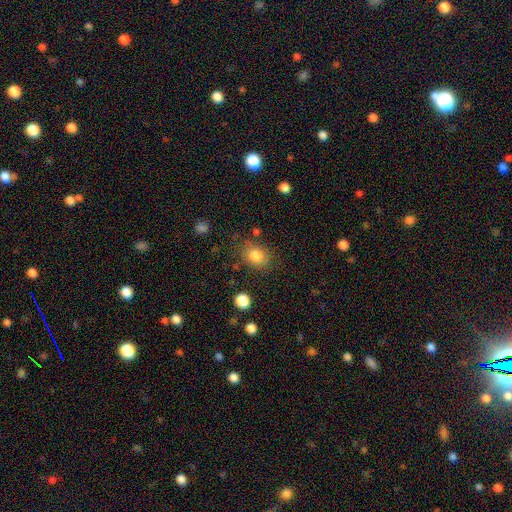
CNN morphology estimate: Smooth or featured? Predicted: smooth (p=0.83). How rounded? Predicted: in between (p=0.59). Merging? Predicted: none (p=0.75).